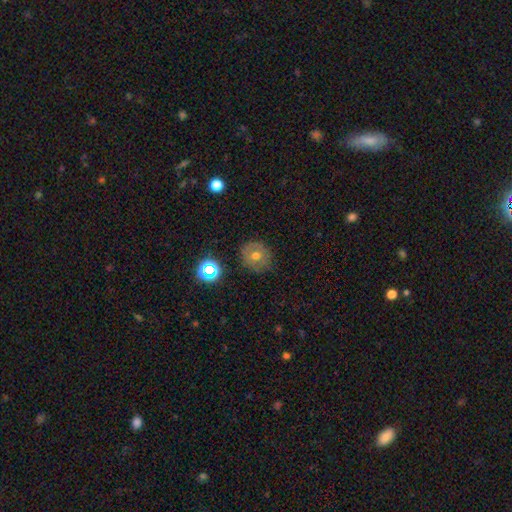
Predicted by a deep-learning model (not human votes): This is possibly a smooth galaxy (58%). How rounded: clearly round (86%). Merging: likely none (80%).